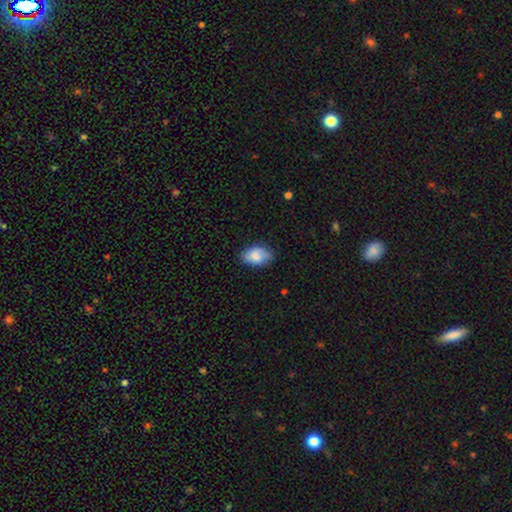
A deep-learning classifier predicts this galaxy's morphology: Overall: smooth (83%). How rounded: in between (90%). Merging: none (79%).